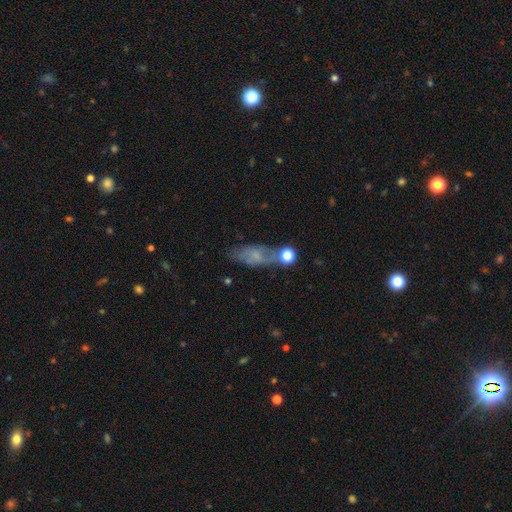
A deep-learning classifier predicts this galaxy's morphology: Smooth or featured?
  - featured or disk: 44% *
  - smooth: 42%
  - star or artifact: 14%
Merging?
  - none: 53% *
  - minor disturbance: 23%
  - major disturbance: 14%
  - merger: 11%